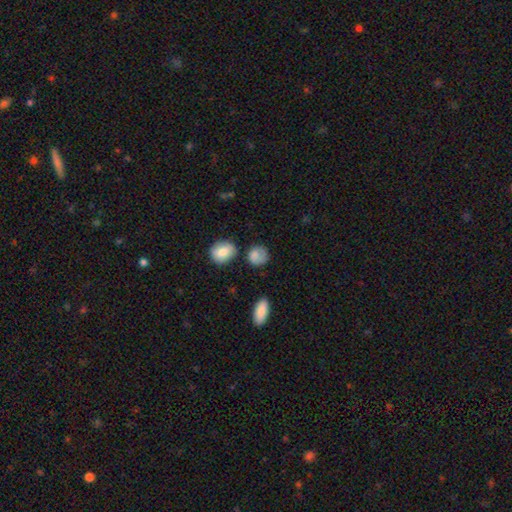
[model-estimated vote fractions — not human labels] A smooth galaxy with no disk features (83%) that is round (73%). Merging: none (66%).